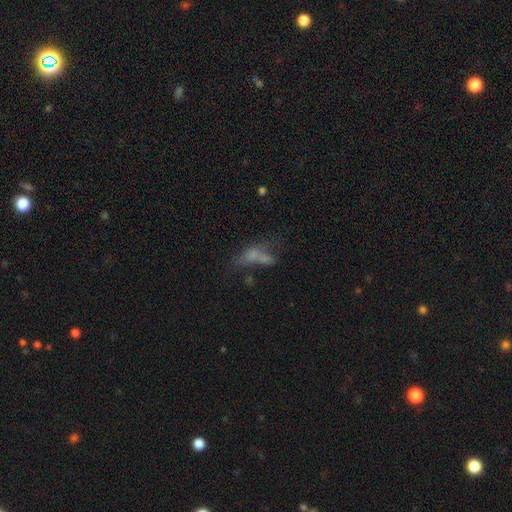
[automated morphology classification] Smooth or featured?
  - smooth: 46% *
  - featured or disk: 35%
  - star or artifact: 19%
Merging?
  - merger: 30% *
  - major disturbance: 28%
  - none: 27%
  - minor disturbance: 16%